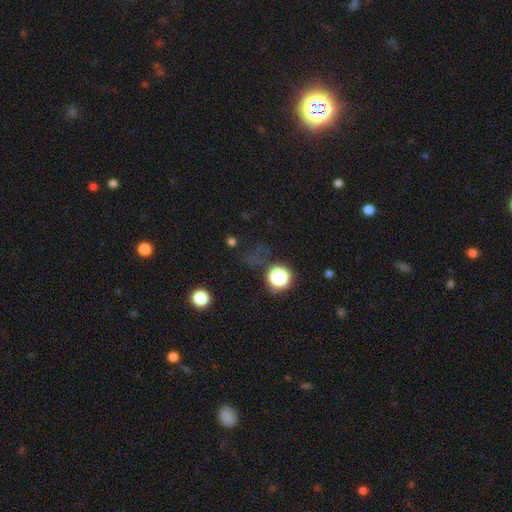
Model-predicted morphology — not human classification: This is likely a star or artifact rather than a galaxy (61%).